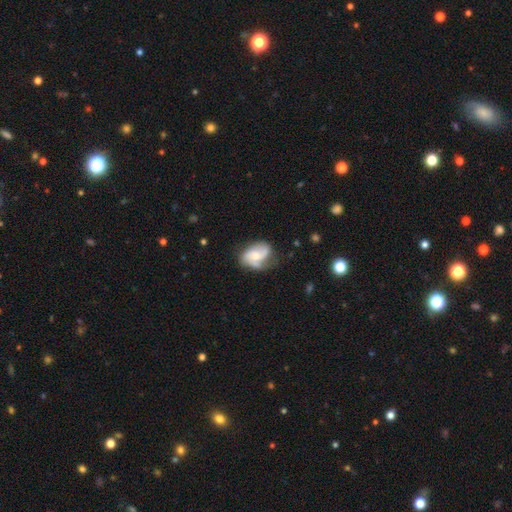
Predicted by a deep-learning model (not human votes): Overall: featured or disk (67%). Edge-on disk: no (97%). Bar: no (63%; weak 31%). Spiral arms: yes (90%). Spiral arm count: 2 (62%). Spiral winding: medium (44%; loose 35%). Bulge size: moderate (47%; small 42%). Merging: none (54%; minor disturbance 28%).